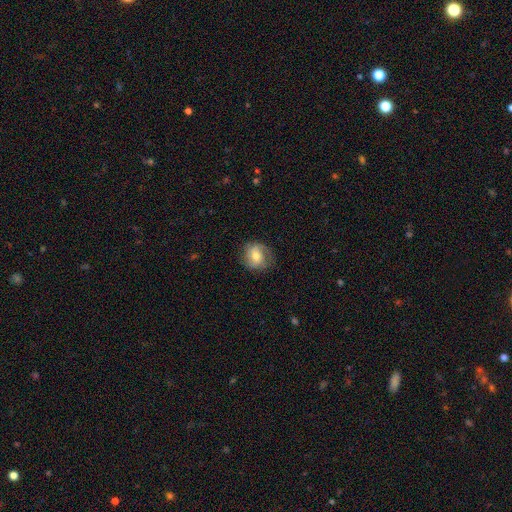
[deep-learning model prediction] Smooth or featured?
  - smooth: 51% *
  - featured or disk: 40%
  - star or artifact: 8%
How rounded?
  - round: 74% *
  - in between: 25%
  - cigar-shaped: 1%
Merging?
  - none: 73% *
  - minor disturbance: 19%
  - major disturbance: 7%
  - merger: 1%